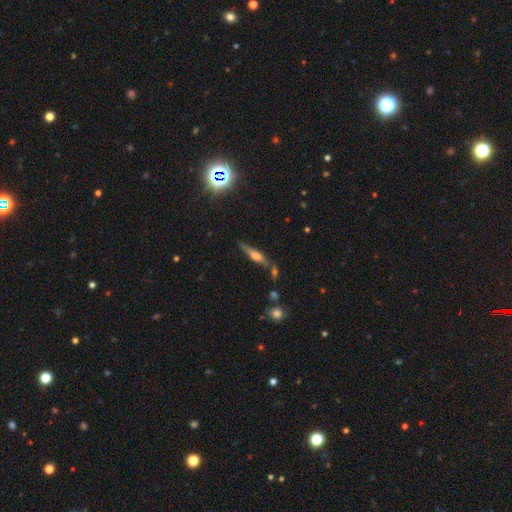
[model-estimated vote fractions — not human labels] A featured or disk galaxy (57%) viewed edge-on (92%) with a rounded central bulge (70%).

Vote fractions:
- Smooth or featured? featured or disk: 57% / smooth: 34% / star or artifact: 9%
- Edge-on disk? yes: 92% / no: 8%
- Edge-on bulge? rounded: 70% / boxy: 23% / none: 7%
- Merging? none: 67% / minor disturbance: 17% / merger: 10% / major disturbance: 5%